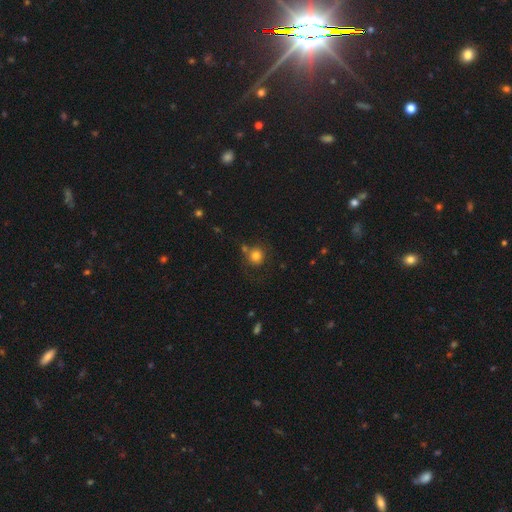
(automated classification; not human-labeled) This appears to be a smooth galaxy with no disk features (79%) that is round (88%). Merging: none (68%).